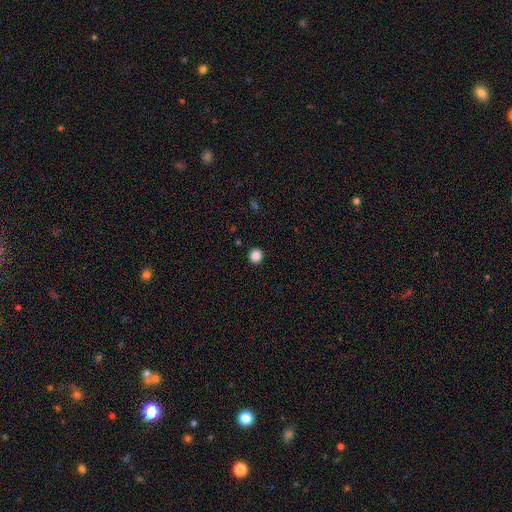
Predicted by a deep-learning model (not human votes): smooth-or-featured: smooth: 86% | star or artifact: 11% | featured or disk: 3%
  how-rounded: round: 92% | in between: 7% | cigar-shaped: 1%
  merging: none: 93% | minor disturbance: 4% | major disturbance: 2% | merger: 1%